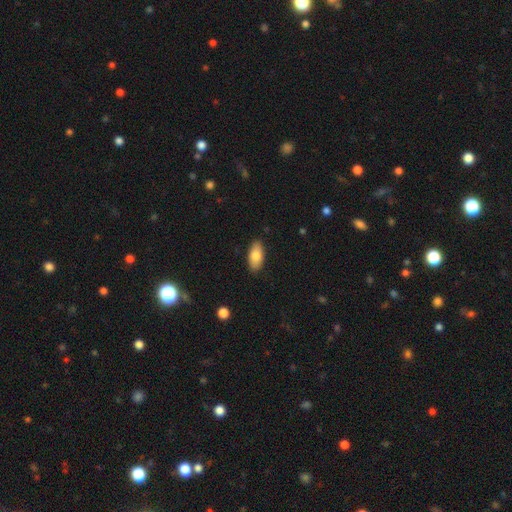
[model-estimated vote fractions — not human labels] smooth 80%, featured or disk 13%, star or artifact 7%. Down the decision tree: how rounded — in between (90%); merging — none (87%).